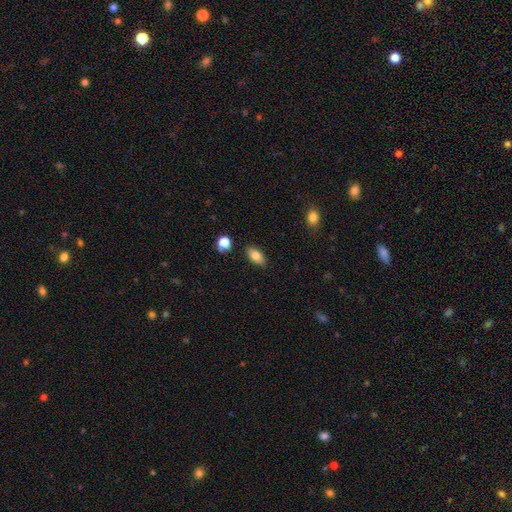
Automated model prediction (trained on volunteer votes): Smooth or featured: smooth — 80% (featured or disk — 12%)
How rounded: in between — 88% (cigar-shaped — 7%)
Merging: none — 87% (minor disturbance — 9%)